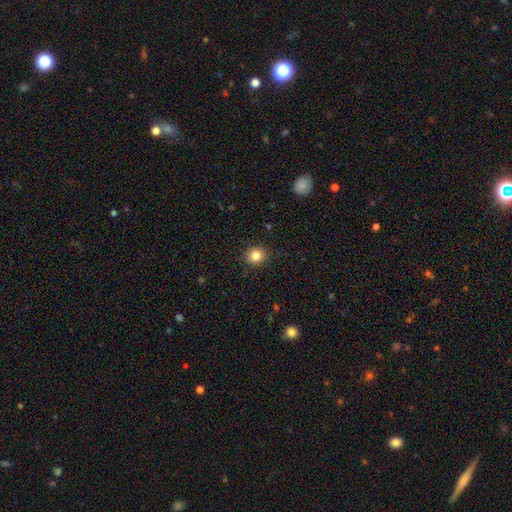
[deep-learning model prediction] Smooth or featured?
  - smooth: 83% *
  - star or artifact: 11%
  - featured or disk: 6%
How rounded?
  - round: 89% *
  - in between: 10%
  - cigar-shaped: 1%
Merging?
  - none: 91% *
  - minor disturbance: 7%
  - major disturbance: 2%
  - merger: 1%